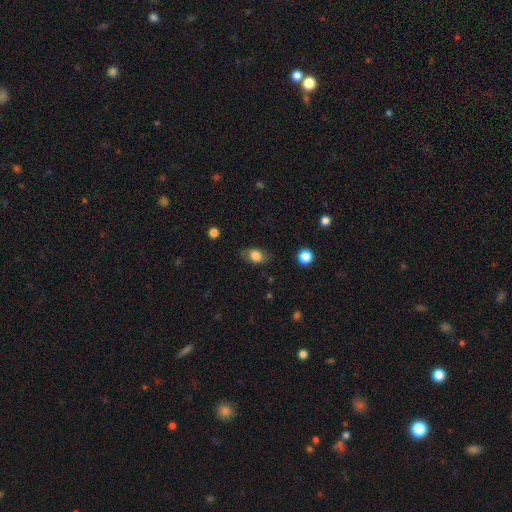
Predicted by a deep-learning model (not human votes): This appears to be a smooth galaxy with no disk features (80%) that is in between round and cigar-shaped (78%). Merging: none (78%).